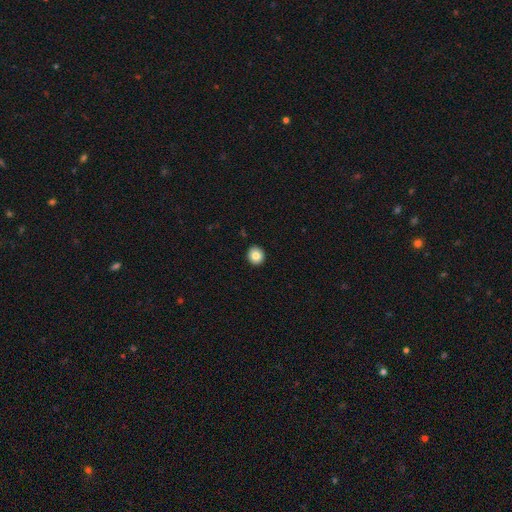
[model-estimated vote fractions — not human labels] Smooth or featured? smooth (83%)
How rounded? round (88%)
Merging? none (93%)